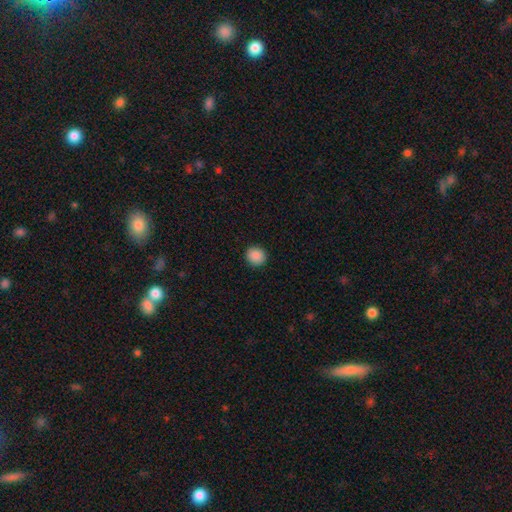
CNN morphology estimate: Smooth or featured?
  - smooth: 89% *
  - star or artifact: 9%
  - featured or disk: 3%
How rounded?
  - round: 89% *
  - in between: 11%
  - cigar-shaped: 1%
Merging?
  - none: 92% *
  - minor disturbance: 5%
  - major disturbance: 2%
  - merger: 1%